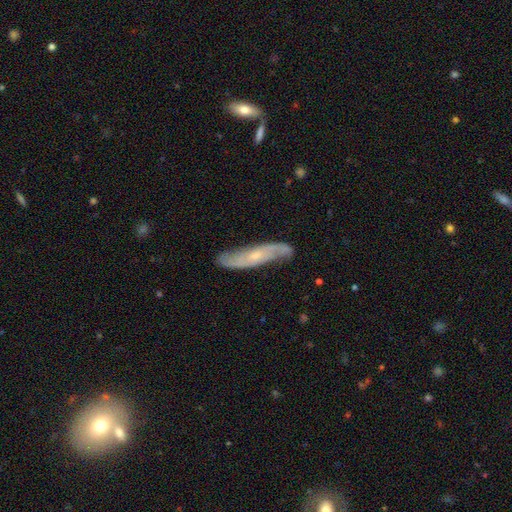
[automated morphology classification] A featured or disk galaxy (72%).

Vote fractions:
- Smooth or featured? featured or disk: 72% / smooth: 22% / star or artifact: 6%
- Edge-on disk? no: 68% / yes: 32%
- Merging? none: 78% / minor disturbance: 17% / major disturbance: 4% / merger: 2%